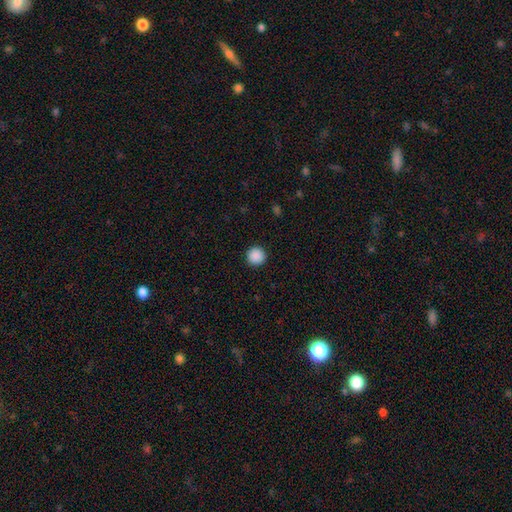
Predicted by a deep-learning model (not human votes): This appears to be a smooth galaxy with no disk features (89%) that is round (96%). Merging: none (93%).